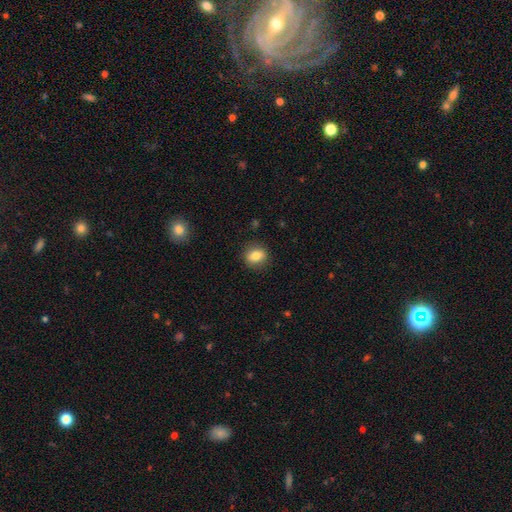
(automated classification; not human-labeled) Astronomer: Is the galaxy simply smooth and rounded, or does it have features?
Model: smooth — 81%.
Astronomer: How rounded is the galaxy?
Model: round — 55% (runner-up: in between, 43%).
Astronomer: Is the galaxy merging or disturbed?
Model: none — 88%.